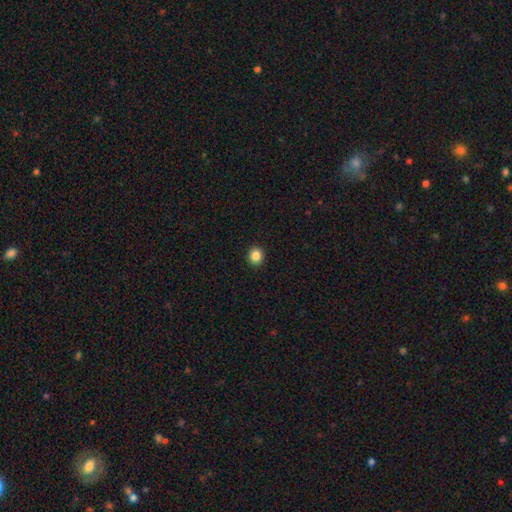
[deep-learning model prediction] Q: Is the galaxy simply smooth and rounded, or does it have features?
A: smooth — 86%.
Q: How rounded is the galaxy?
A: round — 83%.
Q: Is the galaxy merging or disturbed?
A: none — 93%.